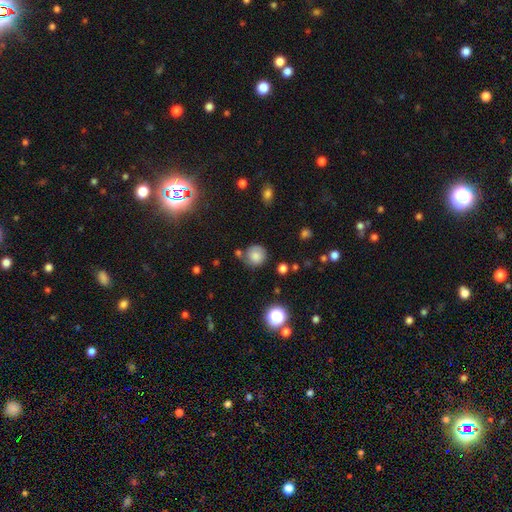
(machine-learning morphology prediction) type=smooth (77%); roundness=round (90%); merging=none (69%).